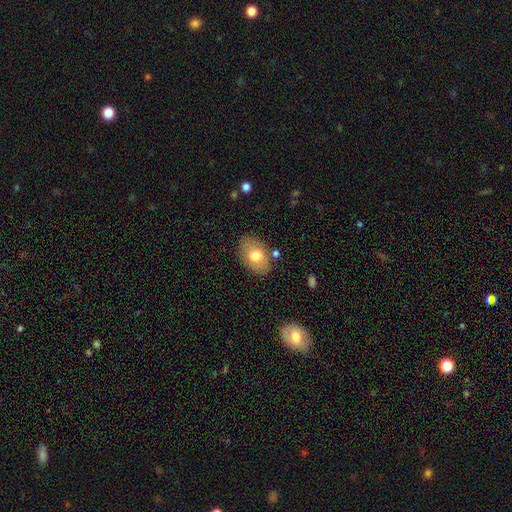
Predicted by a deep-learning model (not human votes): This is likely a smooth galaxy (73%). How rounded: clearly in between (87%). Merging: clearly none (81%).